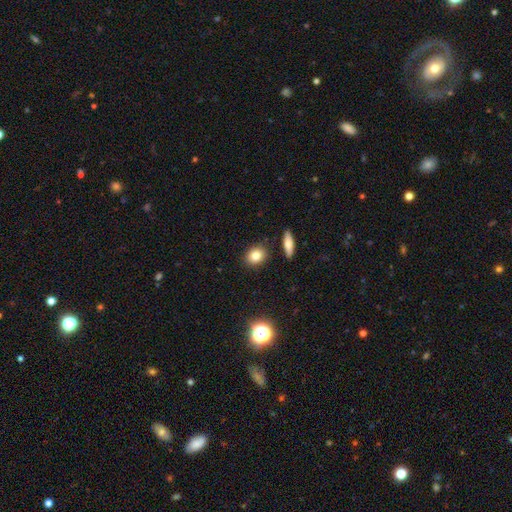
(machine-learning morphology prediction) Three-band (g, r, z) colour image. It shows a smooth galaxy with no disk features (81%) that is round (53%). Merging: none (86%).